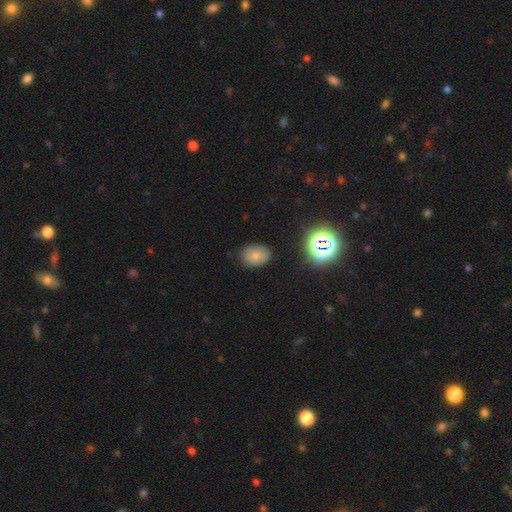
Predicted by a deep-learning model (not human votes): This appears to be a smooth galaxy with no disk features (74%) that is in between round and cigar-shaped (66%). Merging: none (80%).